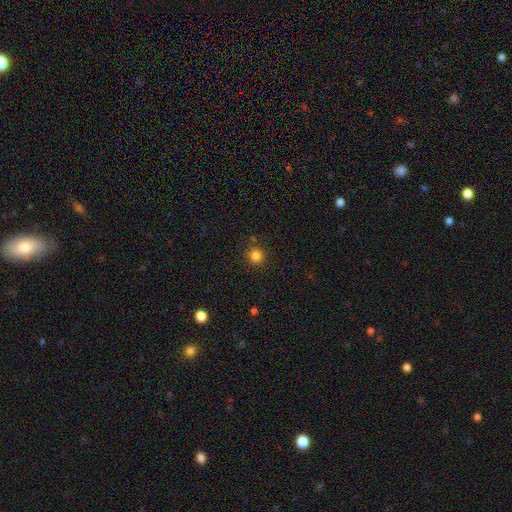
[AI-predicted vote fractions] This appears to be a smooth galaxy with no disk features (82%) that is round (91%). Merging: none (85%).